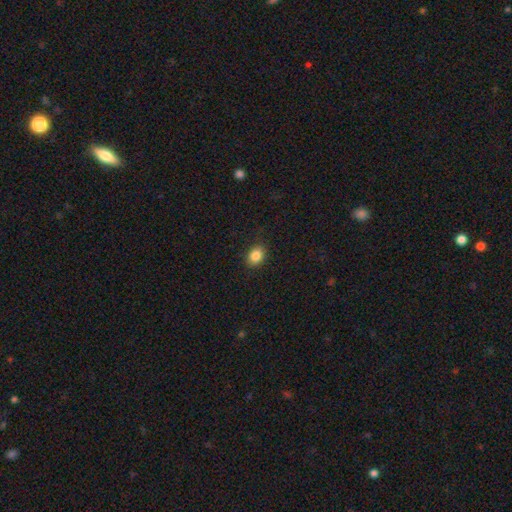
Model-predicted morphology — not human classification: A smooth galaxy with no disk features (86%) that is in between round and cigar-shaped (62%). Merging: none (87%).